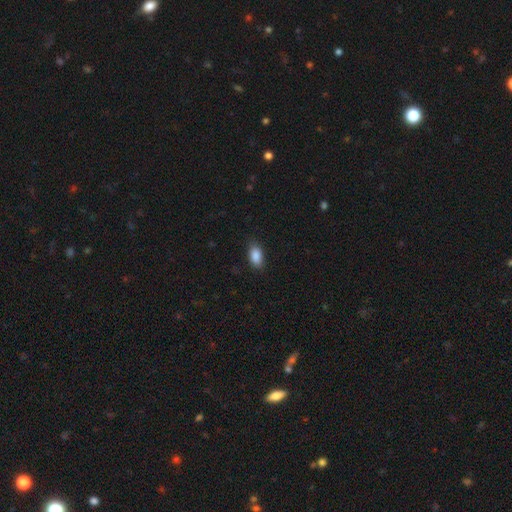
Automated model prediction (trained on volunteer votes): Smooth or featured: smooth — 88% (star or artifact — 7%)
How rounded: in between — 91% (round — 7%)
Merging: none — 82% (minor disturbance — 14%)